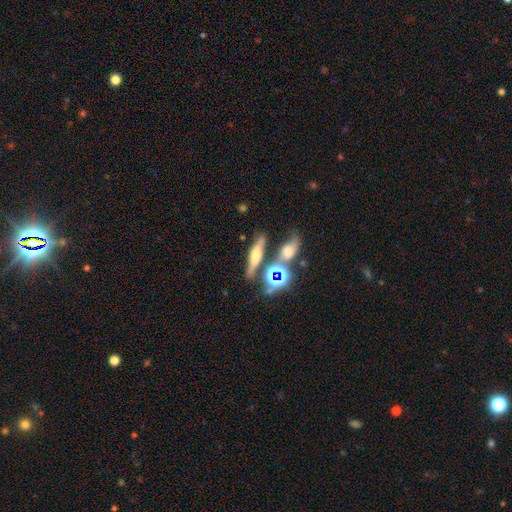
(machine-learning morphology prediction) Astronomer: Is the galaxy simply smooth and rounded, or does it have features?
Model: smooth — 43% (runner-up: featured or disk, 40%).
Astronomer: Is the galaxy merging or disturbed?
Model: none — 64%.